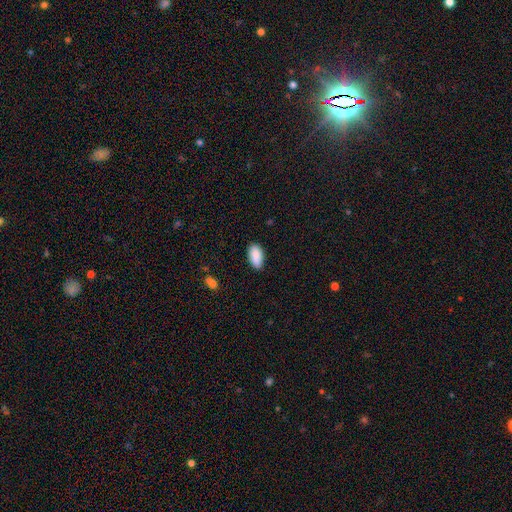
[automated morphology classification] Q: Smooth or featured?
A: smooth (90%); runner-up: star or artifact (6%)
Q: How rounded?
A: in between (94%); runner-up: cigar-shaped (4%)
Q: Merging?
A: none (84%); runner-up: minor disturbance (13%)